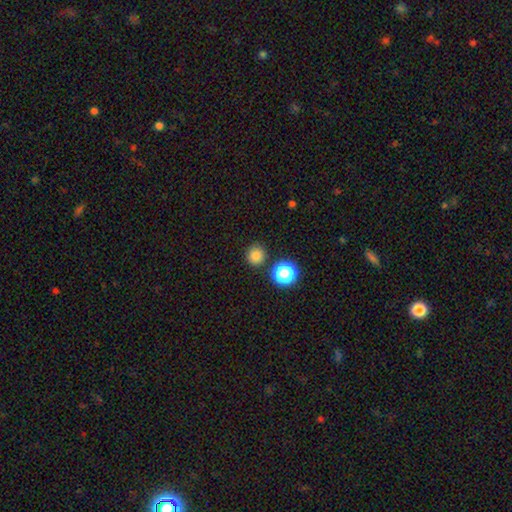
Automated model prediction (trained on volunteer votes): smooth 81%, star or artifact 15%, featured or disk 4%. Down the decision tree: how rounded — round (92%); merging — none (86%).